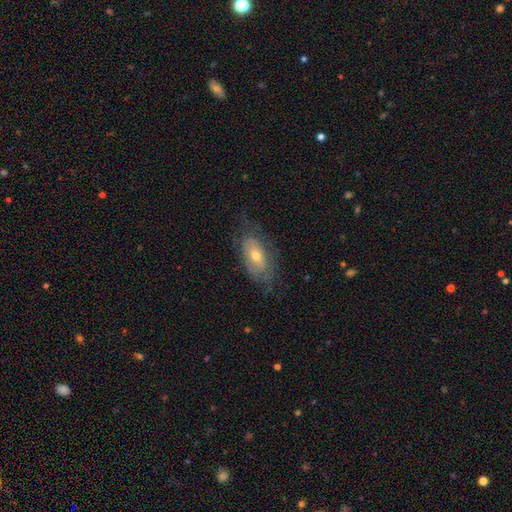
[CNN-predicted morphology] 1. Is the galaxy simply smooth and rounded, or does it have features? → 53% featured or disk, 40% smooth, 8% star or artifact.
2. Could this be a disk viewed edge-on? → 87% no, 13% yes.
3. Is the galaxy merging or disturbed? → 64% none, 23% minor disturbance, 12% major disturbance, 1% merger.